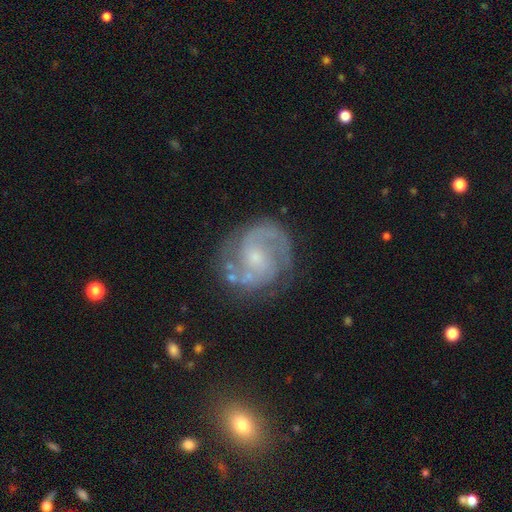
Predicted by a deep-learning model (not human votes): This appears to be a featured or disk galaxy (86%) with no bar (47%), 2 (85%) medium (53%) spiral arms (96%) and a small central bulge (65%). Merging: none (76%).